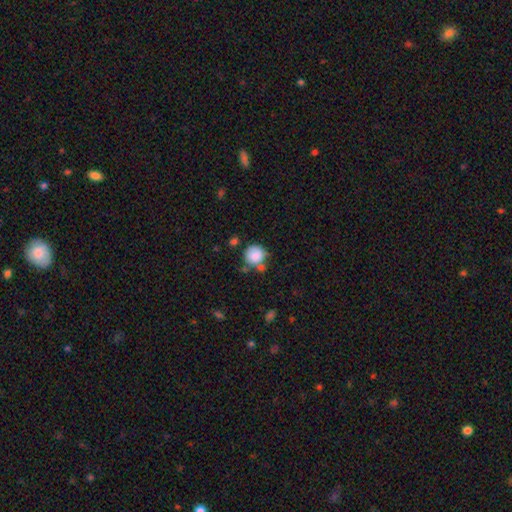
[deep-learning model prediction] A smooth galaxy with no disk features (86%) that is round (89%).

Vote fractions:
- Smooth or featured? smooth: 86% / star or artifact: 8% / featured or disk: 6%
- How rounded? round: 89% / in between: 10% / cigar-shaped: 1%
- Merging? none: 60% / minor disturbance: 19% / merger: 15% / major disturbance: 6%